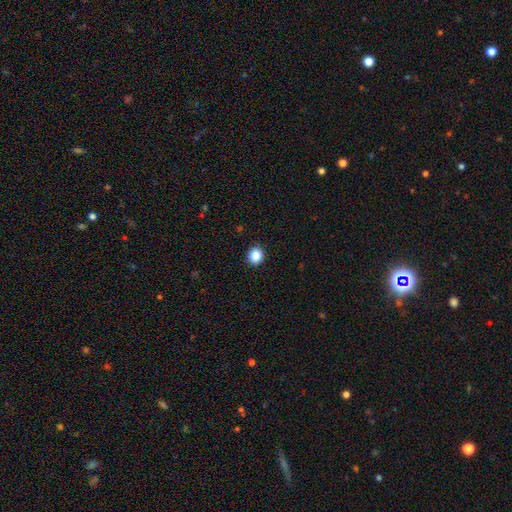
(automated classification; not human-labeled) A smooth galaxy with no disk features (86%) that is round (88%).

Vote fractions:
- Smooth or featured? smooth: 86% / star or artifact: 10% / featured or disk: 4%
- How rounded? round: 88% / in between: 11% / cigar-shaped: 1%
- Merging? none: 91% / minor disturbance: 6% / major disturbance: 2% / merger: 1%